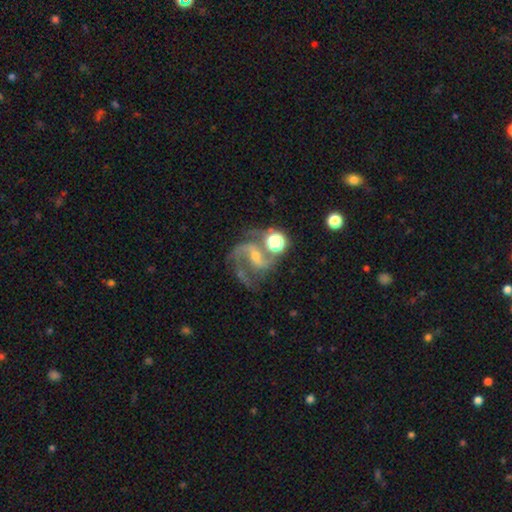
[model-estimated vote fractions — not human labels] Overall: featured or disk (86%). Edge-on disk: no (98%). Bar: weak (43%; strong 30%). Spiral arms: yes (97%). Spiral arm count: 2 (83%). Spiral winding: medium (57%; loose 29%). Bulge size: small (59%; moderate 34%). Merging: none (53%; minor disturbance 18%).